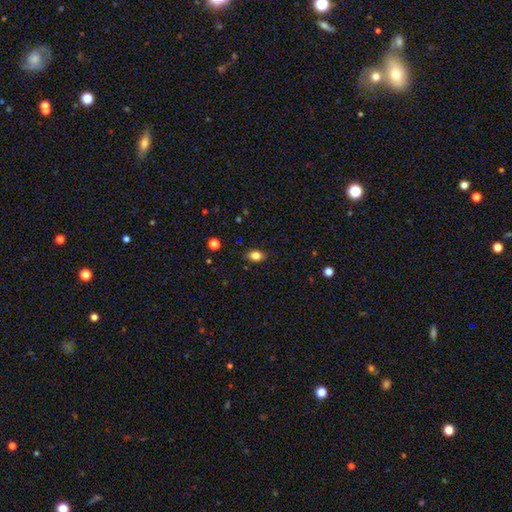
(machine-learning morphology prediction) This appears to be a smooth galaxy with no disk features (83%) that is in between round and cigar-shaped (79%). Merging: none (86%).